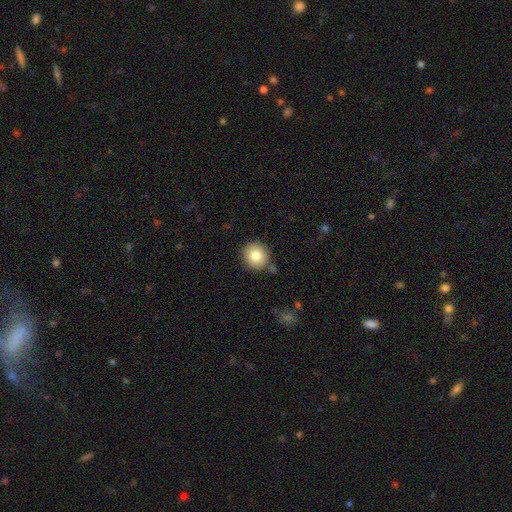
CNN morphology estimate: smooth_or_featured: smooth (p=0.80) [alt: featured or disk p=0.10]
how_rounded: round (p=0.90) [alt: in between p=0.09]
merging: none (p=0.85) [alt: minor disturbance p=0.09]